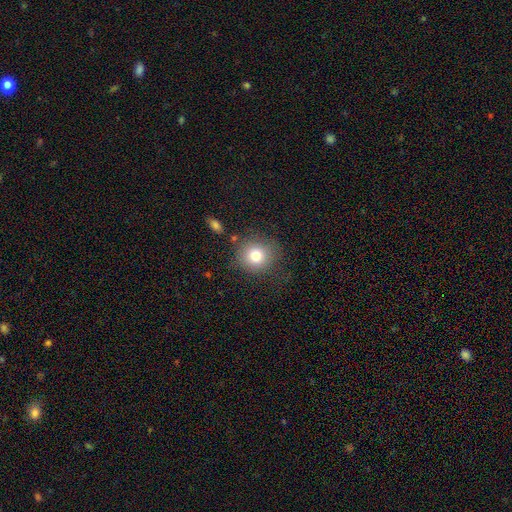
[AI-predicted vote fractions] This is likely a smooth galaxy (78%). How rounded: clearly round (87%). Merging: likely none (78%).